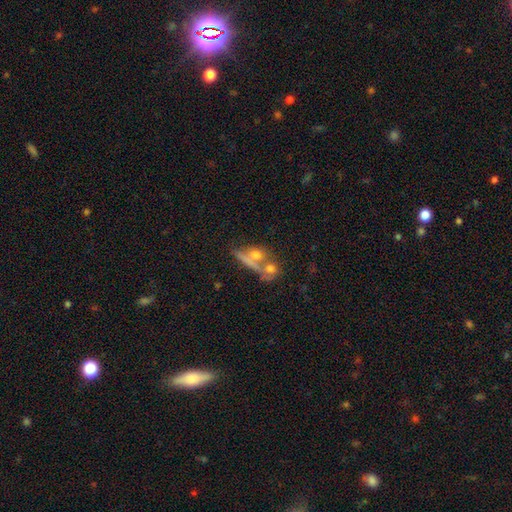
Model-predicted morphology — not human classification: Smooth or featured? Predicted: smooth (p=0.51). How rounded? Predicted: in between (p=0.38). Merging? Predicted: merger (p=0.46).